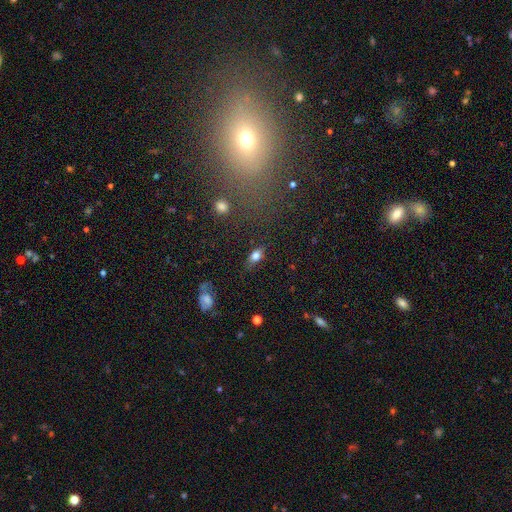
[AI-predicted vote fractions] Smooth or featured? smooth (78%)
How rounded? in between (84%)
Merging? none (77%)